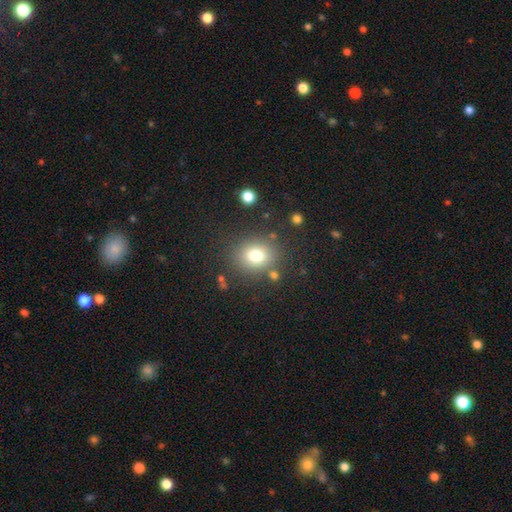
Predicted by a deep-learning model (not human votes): smooth 76%, star or artifact 13%, featured or disk 10%. Down the decision tree: how rounded — round (67%); merging — none (80%).